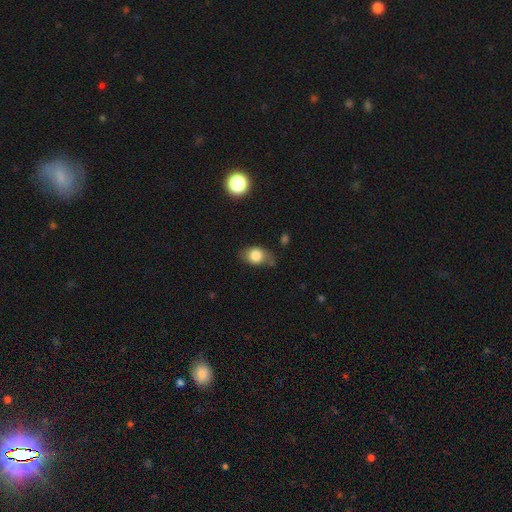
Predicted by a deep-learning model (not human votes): This appears to be a smooth galaxy with no disk features (79%) that is in between round and cigar-shaped (67%). Merging: none (55%).